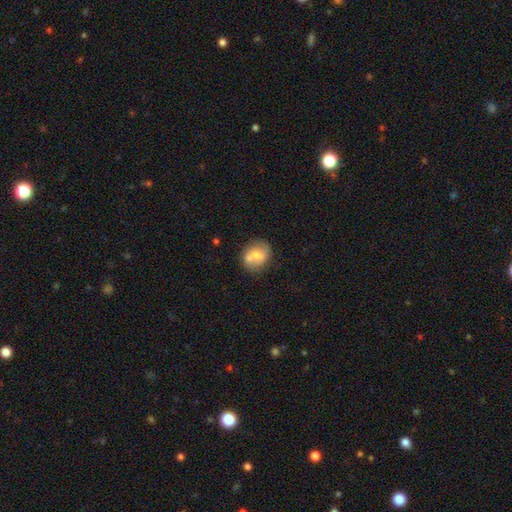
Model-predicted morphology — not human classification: A smooth galaxy with no disk features (60%) that is round (63%).

Vote fractions:
- Smooth or featured? smooth: 60% / featured or disk: 32% / star or artifact: 8%
- How rounded? round: 63% / in between: 36% / cigar-shaped: 1%
- Merging? none: 54% / merger: 24% / minor disturbance: 17% / major disturbance: 5%